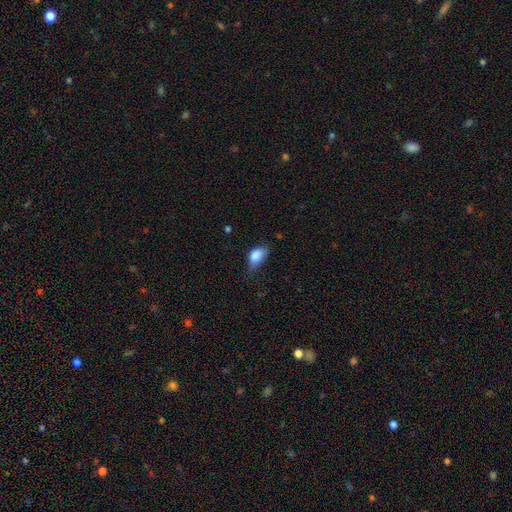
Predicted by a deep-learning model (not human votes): Overall: smooth (83%). How rounded: in between (87%). Merging: minor disturbance (46%; none 35%).